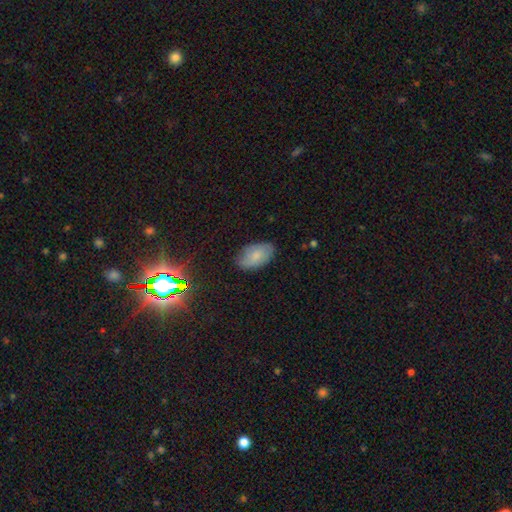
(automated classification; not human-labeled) This is likely a smooth galaxy (71%). How rounded: clearly in between (93%). Merging: likely none (78%).